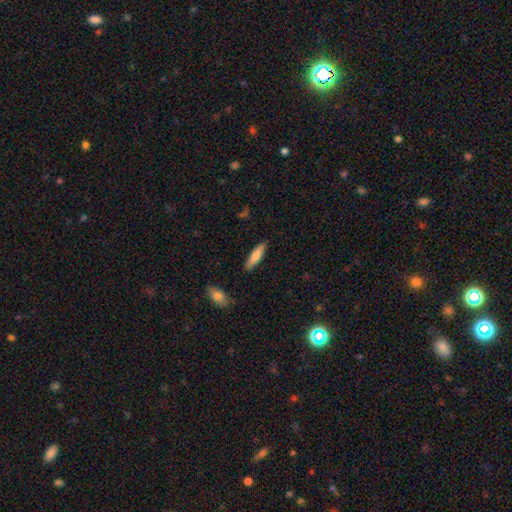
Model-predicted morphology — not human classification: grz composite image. It shows a smooth galaxy with no disk features (74%) that is cigar-shaped (69%). Merging: none (87%).